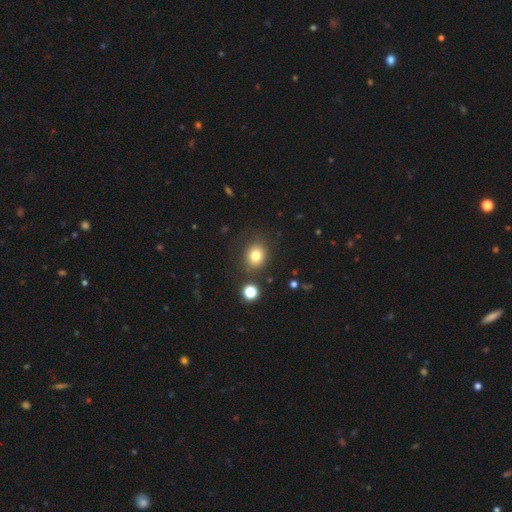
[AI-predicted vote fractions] Smooth or featured? smooth (78%)
How rounded? round (65%)
Merging? none (82%)